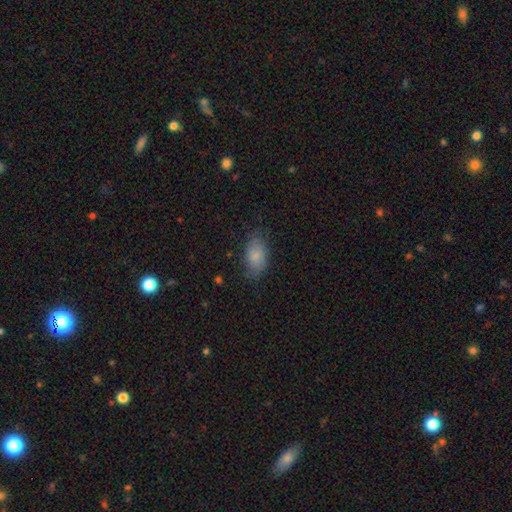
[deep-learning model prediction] A smooth galaxy with no disk features (83%) that is in between round and cigar-shaped (91%). Merging: none (75%).